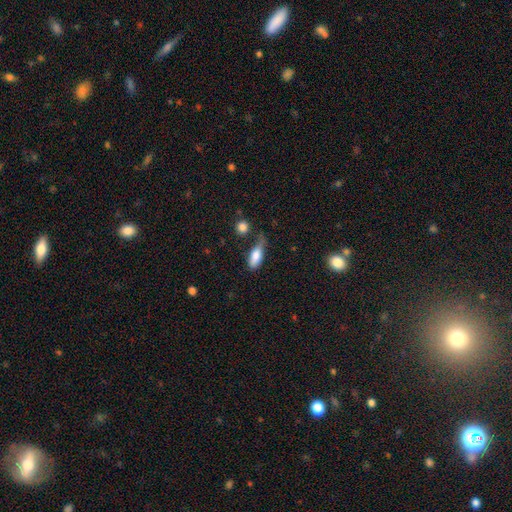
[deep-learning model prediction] smooth 80%, featured or disk 13%, star or artifact 8%. Down the decision tree: how rounded — in between (79%); merging — none (37%).